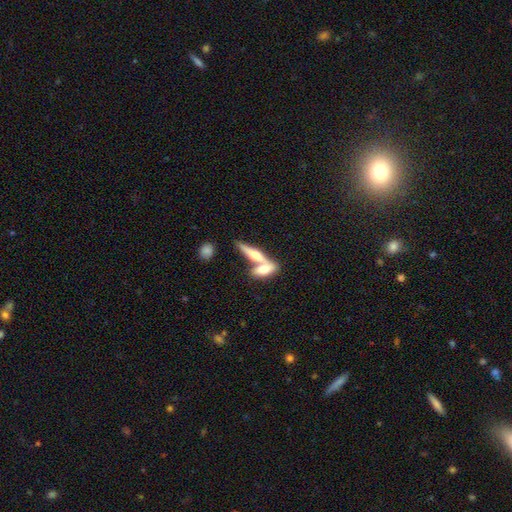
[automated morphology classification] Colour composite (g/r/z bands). It shows a featured or disk galaxy (47%, tied with smooth). Merging: merger (53%).